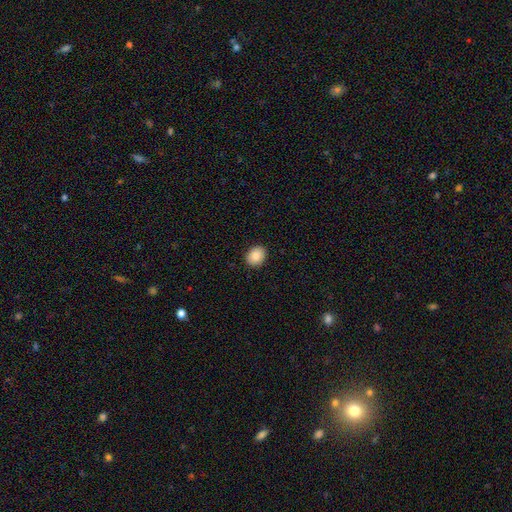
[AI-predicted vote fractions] A smooth galaxy with no disk features (87%) that is round (53%). Merging: none (90%).